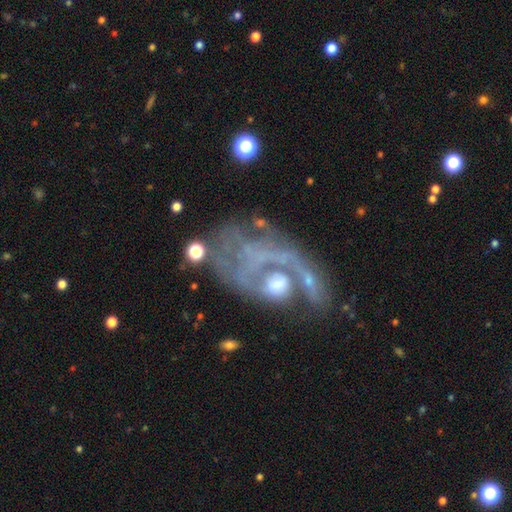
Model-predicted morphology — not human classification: smooth_or_featured: featured or disk (p=0.74) [alt: smooth p=0.15]
disk_edge_on: no (p=0.97) [alt: yes p=0.03]
bar: no (p=0.78) [alt: weak p=0.16]
has_spiral_arms: yes (p=0.55) [alt: no p=0.45]
bulge_size: none (p=0.43) [alt: moderate p=0.26]
merging: major disturbance (p=0.40) [alt: none p=0.30]